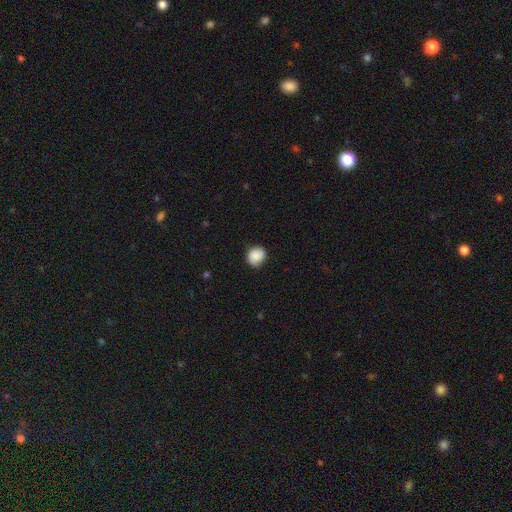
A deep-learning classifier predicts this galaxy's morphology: This is clearly a smooth galaxy (86%). How rounded: likely round (74%). Merging: likely none (78%).